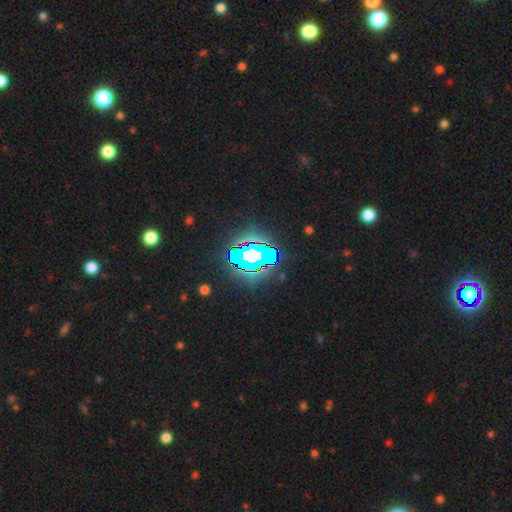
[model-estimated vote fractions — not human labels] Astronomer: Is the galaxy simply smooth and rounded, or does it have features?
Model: star or artifact — 82%.